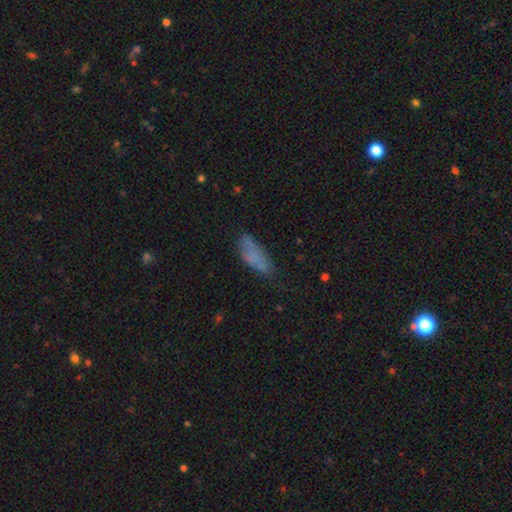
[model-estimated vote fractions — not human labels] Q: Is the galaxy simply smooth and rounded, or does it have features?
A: smooth — 67%.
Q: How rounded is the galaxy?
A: in between — 57%.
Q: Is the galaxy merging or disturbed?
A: none — 54%.